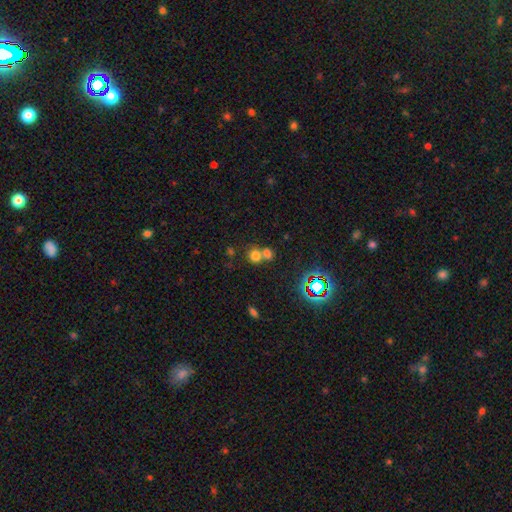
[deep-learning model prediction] Smooth or featured? Predicted: smooth (p=0.72). How rounded? Predicted: round (p=0.82). Merging? Predicted: merger (p=0.47).